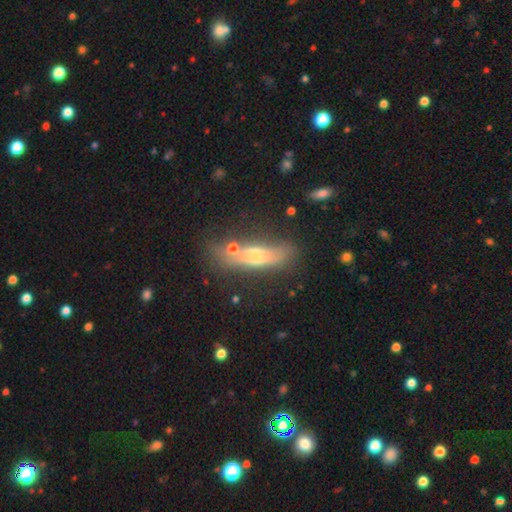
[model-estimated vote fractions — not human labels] featured or disk 51%, smooth 38%, star or artifact 12%. Down the decision tree: edge-on disk — yes (75%); merging — none (61%).